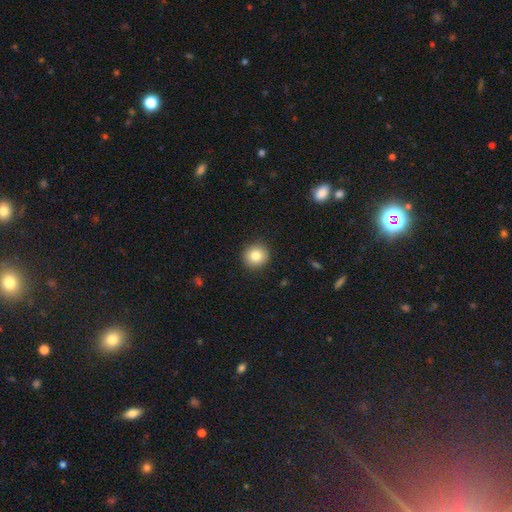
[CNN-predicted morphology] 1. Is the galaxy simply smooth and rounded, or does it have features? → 83% smooth, 9% star or artifact, 7% featured or disk.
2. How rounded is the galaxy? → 92% round, 8% in between, 1% cigar-shaped.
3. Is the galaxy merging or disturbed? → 91% none, 6% minor disturbance, 2% major disturbance, 1% merger.